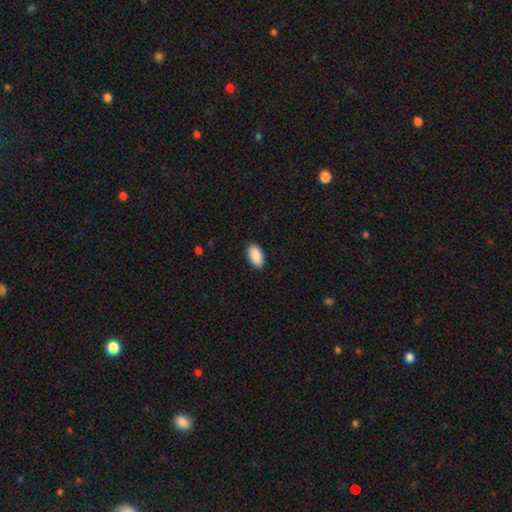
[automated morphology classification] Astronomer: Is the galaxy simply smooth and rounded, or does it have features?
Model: smooth — 90%.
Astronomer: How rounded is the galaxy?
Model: in between — 95%.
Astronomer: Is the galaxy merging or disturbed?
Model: none — 90%.